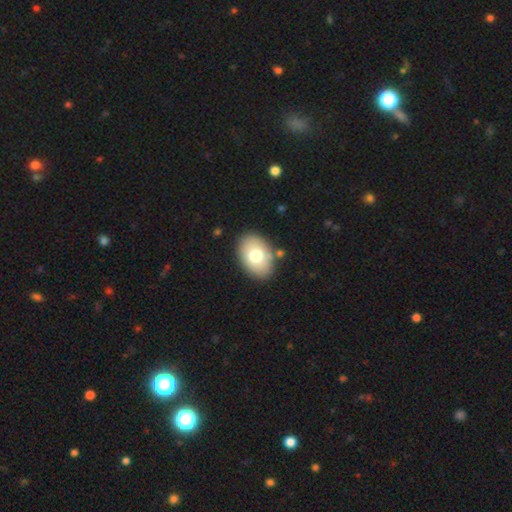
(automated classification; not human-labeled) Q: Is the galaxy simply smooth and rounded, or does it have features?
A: smooth — 73%.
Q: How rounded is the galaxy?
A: in between — 82%.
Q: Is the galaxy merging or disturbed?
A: none — 83%.